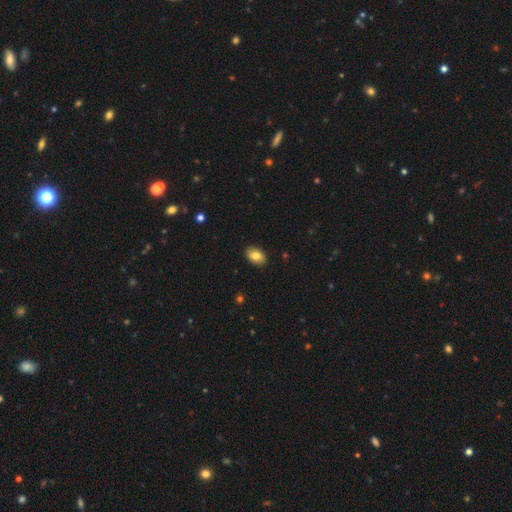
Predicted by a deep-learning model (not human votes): Overall: smooth (83%). How rounded: in between (88%). Merging: none (89%).